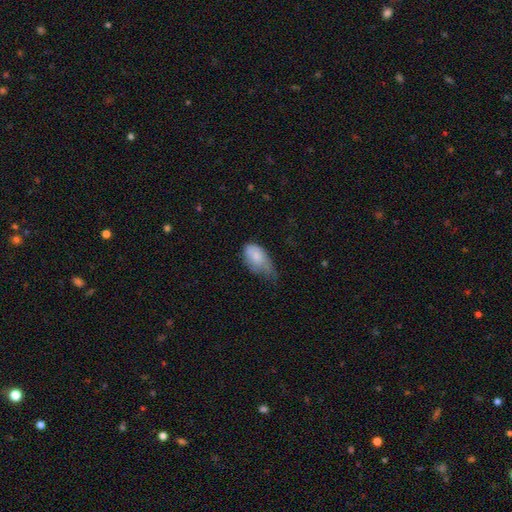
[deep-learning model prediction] A smooth galaxy with no disk features (74%) that is in between round and cigar-shaped (91%).

Vote fractions:
- Smooth or featured? smooth: 74% / featured or disk: 20% / star or artifact: 6%
- How rounded? in between: 91% / round: 7% / cigar-shaped: 2%
- Merging? minor disturbance: 45% / major disturbance: 34% / none: 19% / merger: 2%